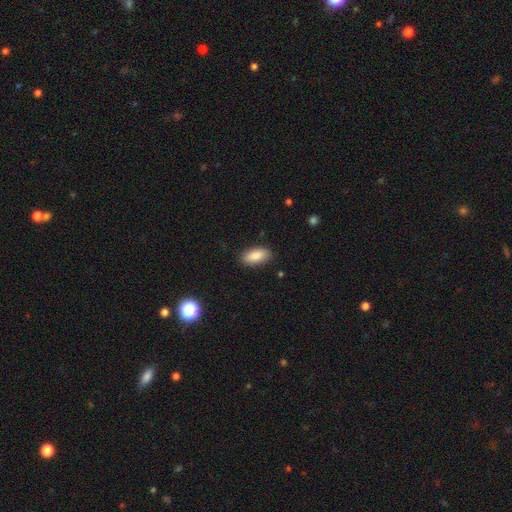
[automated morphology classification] The model was most divided on "merging": none: 86%, minor disturbance: 10%, major disturbance: 2%, merger: 1%. More confident: how rounded — in between (90%); smooth or featured — smooth (87%).